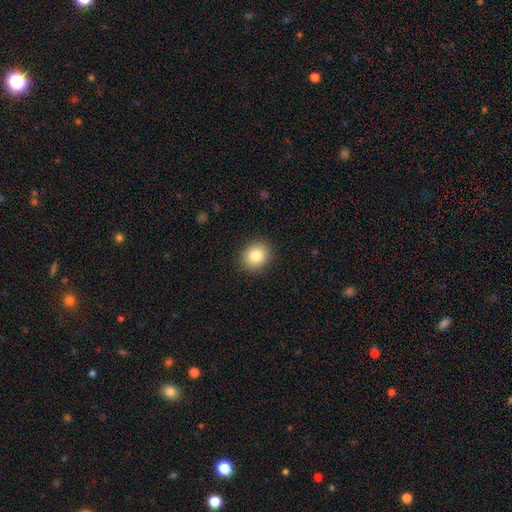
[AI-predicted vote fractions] This is clearly a smooth galaxy (83%). How rounded: likely round (70%). Merging: clearly none (90%).